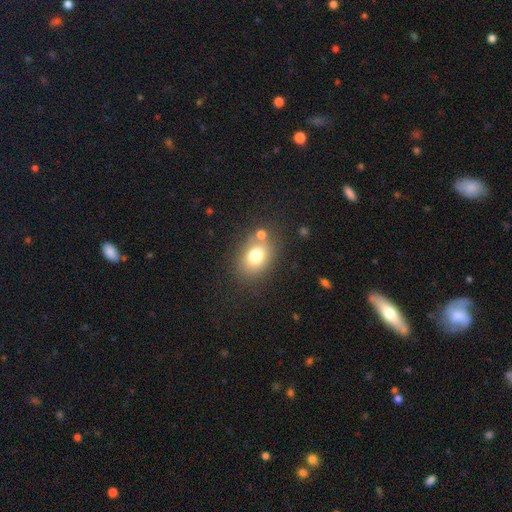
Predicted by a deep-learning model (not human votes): Smooth or featured?
  - smooth: 74% *
  - featured or disk: 14%
  - star or artifact: 11%
How rounded?
  - in between: 66% *
  - round: 33%
  - cigar-shaped: 1%
Merging?
  - none: 66% *
  - merger: 15%
  - minor disturbance: 14%
  - major disturbance: 5%